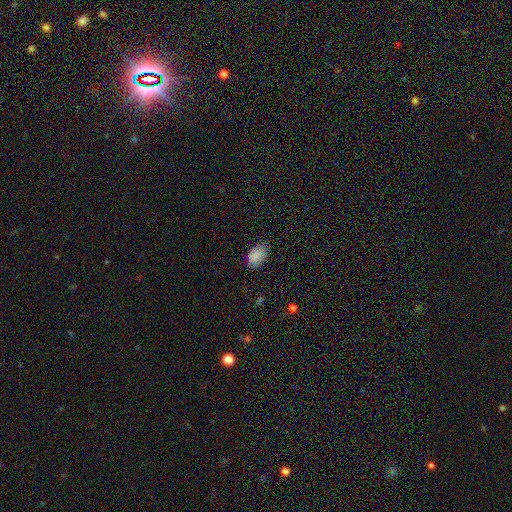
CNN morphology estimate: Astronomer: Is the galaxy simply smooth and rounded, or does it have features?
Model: smooth — 87%.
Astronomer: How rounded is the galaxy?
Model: in between — 91%.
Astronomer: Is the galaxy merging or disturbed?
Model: none — 70%.